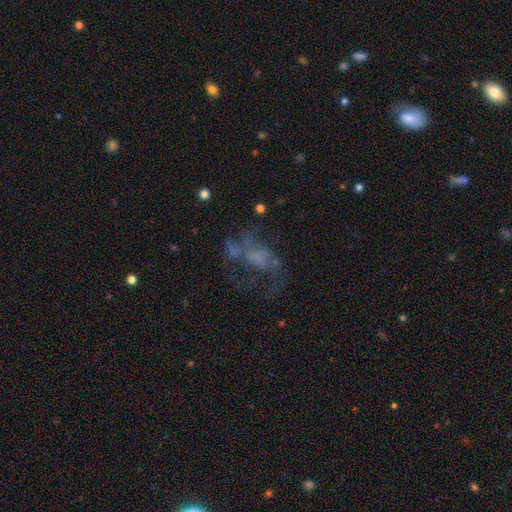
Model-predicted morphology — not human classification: Overall: featured or disk (53%; smooth 26%). Edge-on disk: no (97%). Bar: no (76%). Spiral arms: no (59%; yes 41%). Bulge size: none (70%). Merging: major disturbance (40%; none 37%).